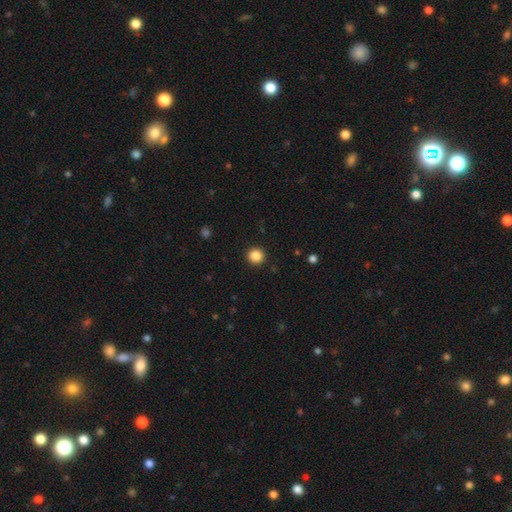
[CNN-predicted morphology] The model was most divided on "smooth or featured": smooth: 86%, star or artifact: 11%, featured or disk: 3%. More confident: how rounded — round (95%); merging — none (93%).